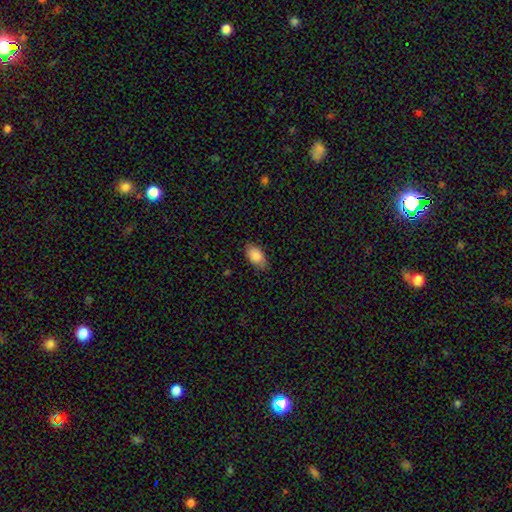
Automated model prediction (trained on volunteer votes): This is clearly a smooth galaxy (87%). How rounded: clearly in between (93%). Merging: clearly none (82%).